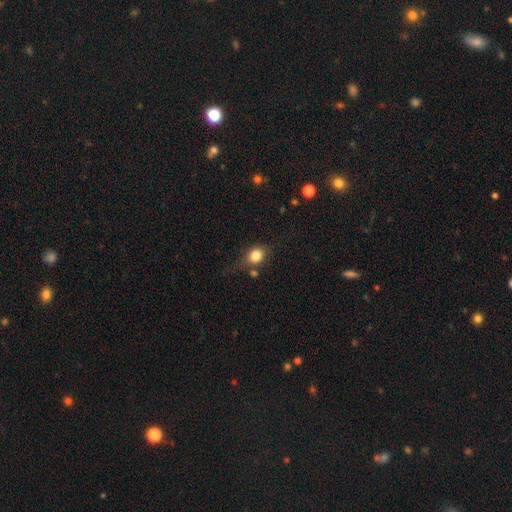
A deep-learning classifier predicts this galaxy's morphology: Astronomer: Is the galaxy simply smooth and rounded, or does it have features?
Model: smooth — 81%.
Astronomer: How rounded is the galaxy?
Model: round — 53% (runner-up: in between, 45%).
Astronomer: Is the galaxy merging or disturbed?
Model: none — 59%.